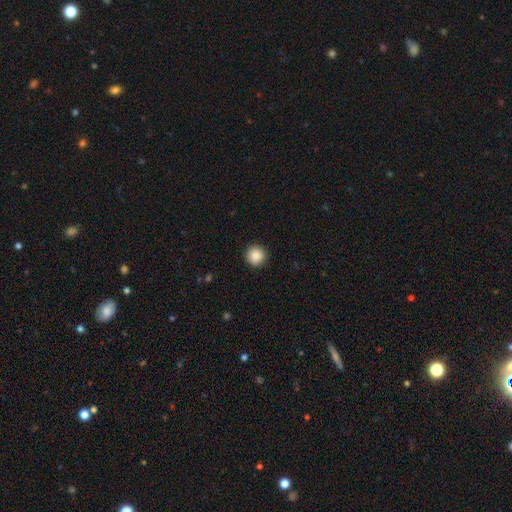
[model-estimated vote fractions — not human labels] Smooth or featured? smooth (88%)
How rounded? round (95%)
Merging? none (91%)